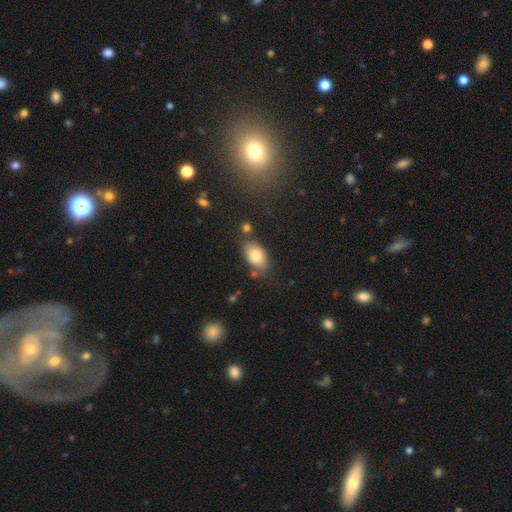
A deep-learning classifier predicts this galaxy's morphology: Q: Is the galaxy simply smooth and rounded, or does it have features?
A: smooth — 80%.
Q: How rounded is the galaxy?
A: in between — 90%.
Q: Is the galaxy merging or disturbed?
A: none — 69%.